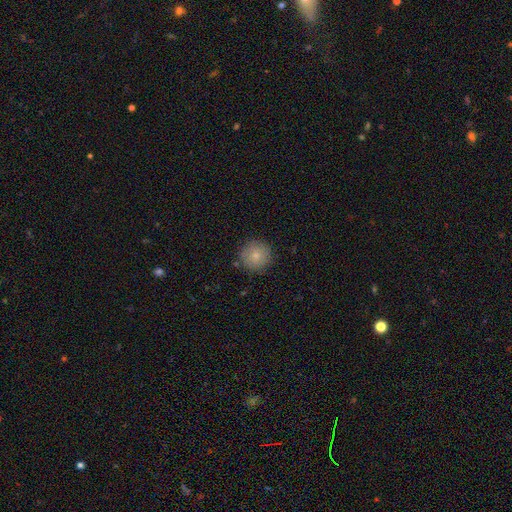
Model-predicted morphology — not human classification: Overall: smooth (80%). How rounded: round (95%). Merging: none (87%).